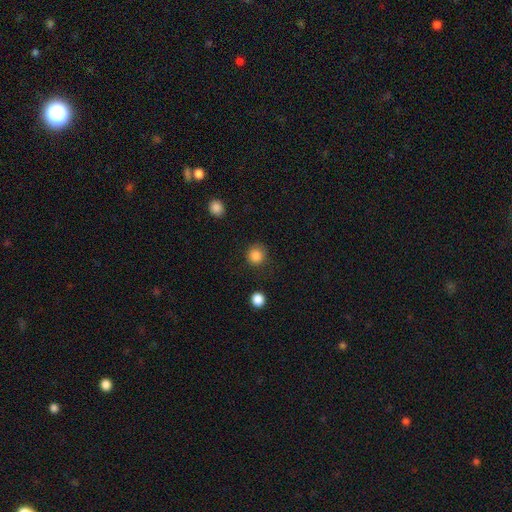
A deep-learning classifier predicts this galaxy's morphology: type=smooth (86%); roundness=round (92%); merging=none (83%).